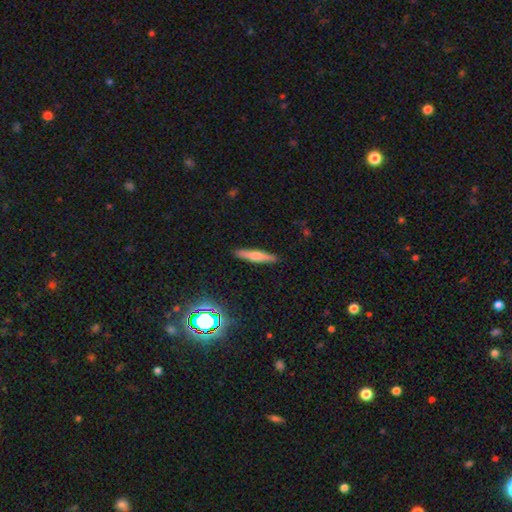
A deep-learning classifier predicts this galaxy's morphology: This is possibly a smooth galaxy (59%). How rounded: clearly cigar-shaped (89%). Merging: clearly none (90%).